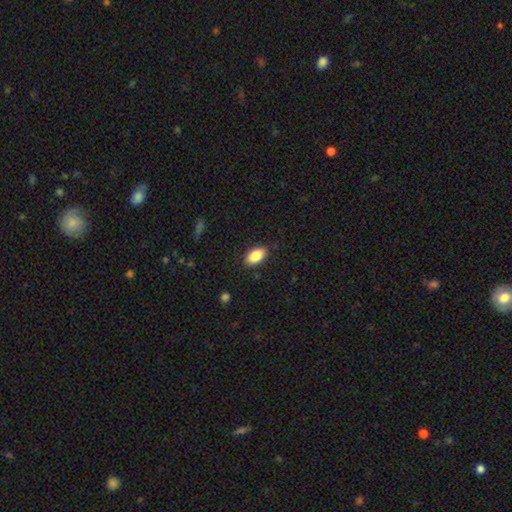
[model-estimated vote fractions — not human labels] The model was most divided on "merging": none: 88%, minor disturbance: 9%, major disturbance: 2%, merger: 1%. More confident: how rounded — in between (93%); smooth or featured — smooth (88%).